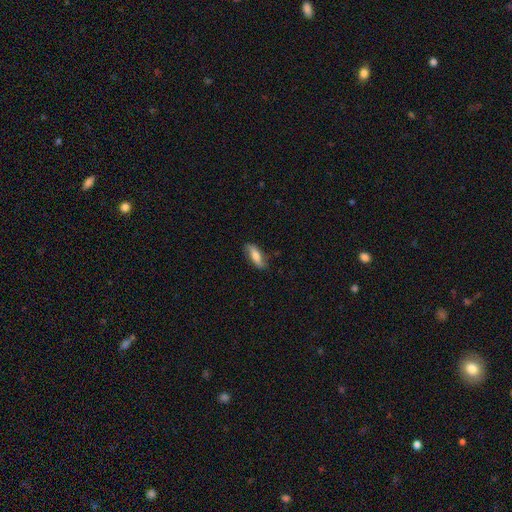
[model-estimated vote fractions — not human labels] smooth-or-featured: smooth: 56% | featured or disk: 38% | star or artifact: 7%
  how-rounded: in between: 61% | cigar-shaped: 36% | round: 3%
  merging: none: 77% | minor disturbance: 18% | major disturbance: 4% | merger: 1%